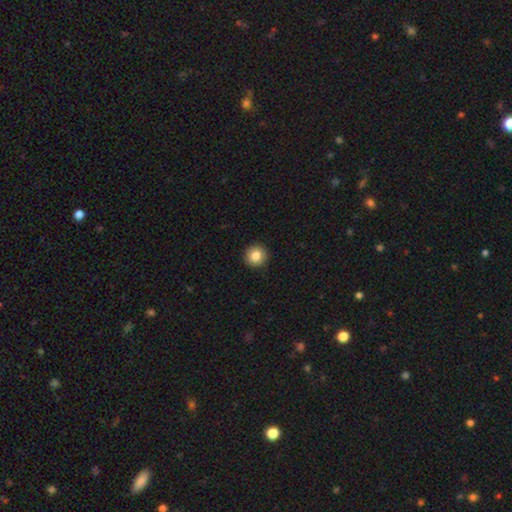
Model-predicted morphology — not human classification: smooth_or_featured: smooth (p=0.85) [alt: star or artifact p=0.09]
how_rounded: round (p=0.95) [alt: in between p=0.04]
merging: none (p=0.93) [alt: minor disturbance p=0.04]